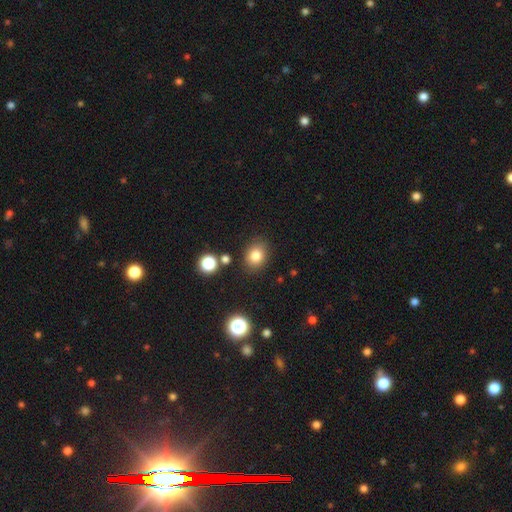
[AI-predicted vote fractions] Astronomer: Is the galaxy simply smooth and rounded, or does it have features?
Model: smooth — 81%.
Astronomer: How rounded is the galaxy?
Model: round — 57% (runner-up: in between, 42%).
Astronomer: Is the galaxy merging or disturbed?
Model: none — 84%.